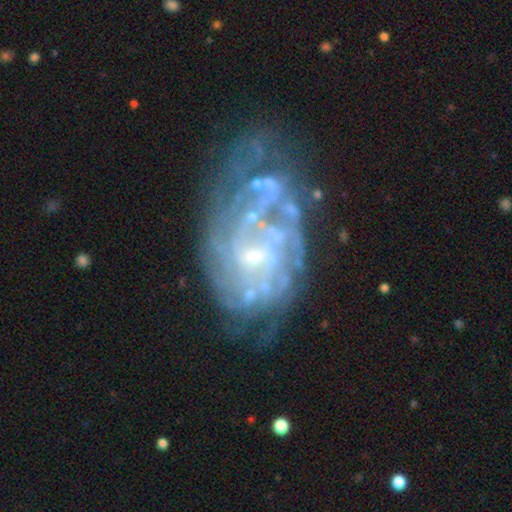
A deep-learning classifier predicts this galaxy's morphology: This is clearly a featured or disk galaxy (81%). It is clearly not viewed edge-on (97%). Bar: likely no (63%). Spiral arm pattern: likely yes (72%). Spiral arm count: possibly can't tell (56%). Spiral winding: possibly tight (57%). Central bulge: likely small (73%). Merging: possibly none (46%).